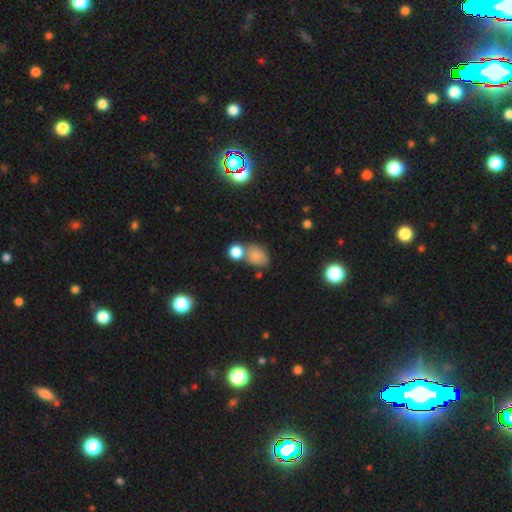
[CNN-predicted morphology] smooth_or_featured: smooth (p=0.77) [alt: star or artifact p=0.13]
how_rounded: in between (p=0.64) [alt: round p=0.34]
merging: none (p=0.46) [alt: merger p=0.31]